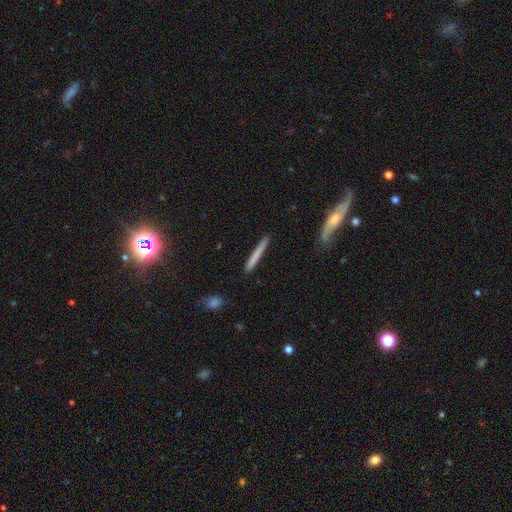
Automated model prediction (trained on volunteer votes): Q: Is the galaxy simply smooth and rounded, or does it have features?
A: smooth — 71%.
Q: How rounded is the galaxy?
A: cigar-shaped — 96%.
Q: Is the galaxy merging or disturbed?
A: none — 88%.